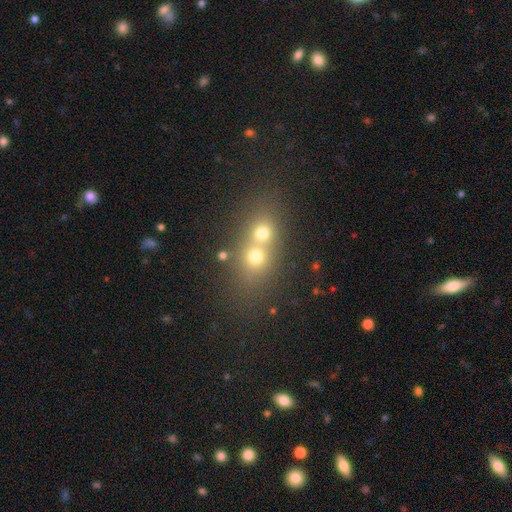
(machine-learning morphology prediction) Smooth or featured: smooth — 63% (featured or disk — 20%)
How rounded: round — 66% (in between — 32%)
Merging: merger — 67% (none — 26%)